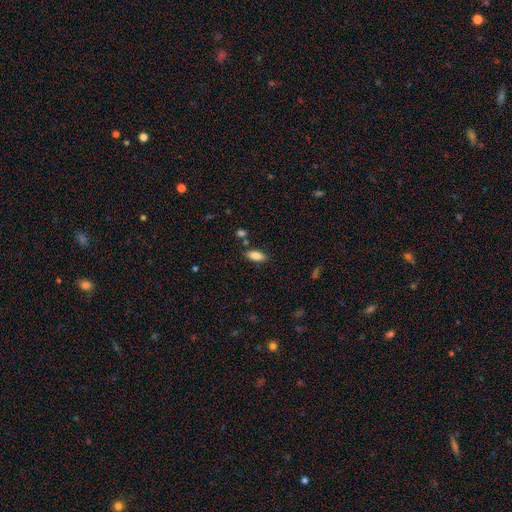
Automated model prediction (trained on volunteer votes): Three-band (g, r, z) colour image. It shows a smooth galaxy with no disk features (84%) that is in between round and cigar-shaped (81%). Merging: none (82%).